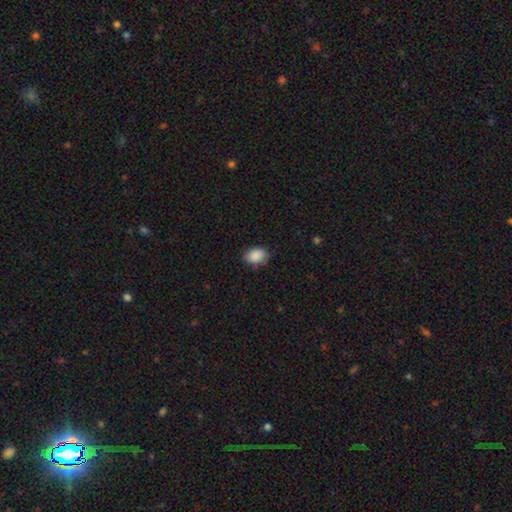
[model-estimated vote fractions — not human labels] Smooth or featured? Predicted: smooth (p=0.89). How rounded? Predicted: in between (p=0.75). Merging? Predicted: none (p=0.78).